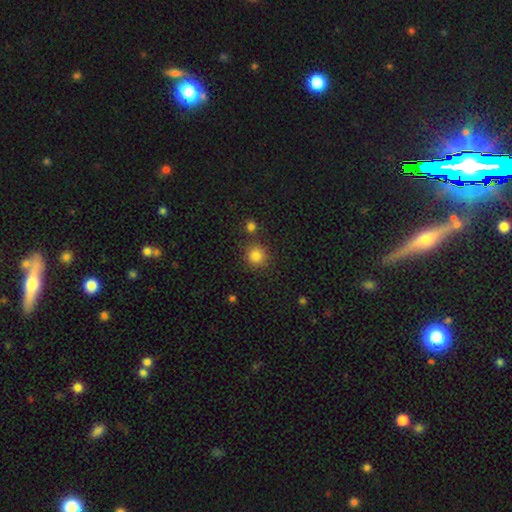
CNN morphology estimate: smooth-or-featured: smooth: 84% | star or artifact: 12% | featured or disk: 5%
  how-rounded: round: 92% | in between: 7% | cigar-shaped: 1%
  merging: none: 81% | minor disturbance: 8% | merger: 8% | major disturbance: 3%